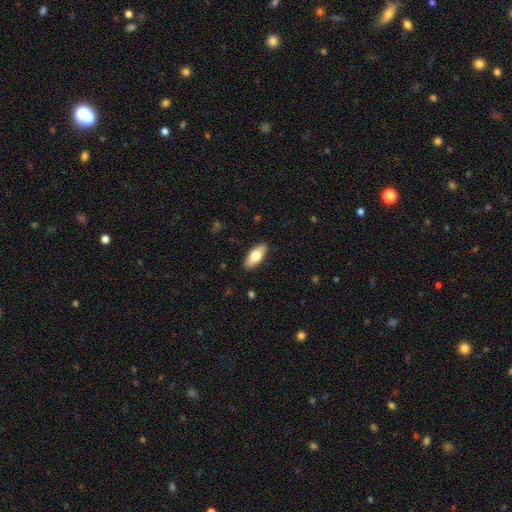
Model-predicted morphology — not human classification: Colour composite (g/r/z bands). It shows a smooth galaxy with no disk features (73%) that is in between round and cigar-shaped (80%). Merging: none (89%).